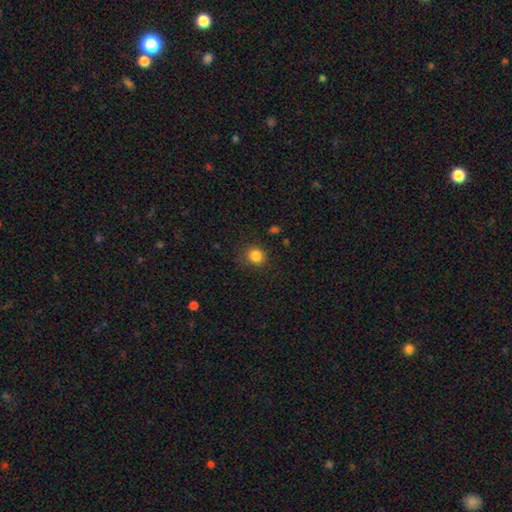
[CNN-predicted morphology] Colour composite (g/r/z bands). It shows a smooth galaxy with no disk features (84%) that is round (86%). Merging: none (84%).